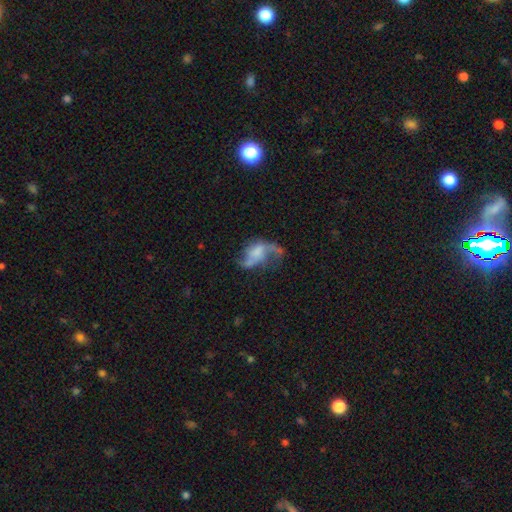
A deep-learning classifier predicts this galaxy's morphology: Smooth or featured?
  - featured or disk: 67% *
  - smooth: 22%
  - star or artifact: 10%
Edge-on disk?
  - no: 96% *
  - yes: 4%
Bar?
  - no: 64% *
  - weak: 29%
  - strong: 8%
Spiral arms?
  - yes: 77% *
  - no: 23%
Bulge size?
  - none: 43% *
  - small: 22%
  - moderate: 20%
  - large: 12%
  - dominant: 3%
Merging?
  - major disturbance: 38% *
  - none: 37%
  - minor disturbance: 19%
  - merger: 6%